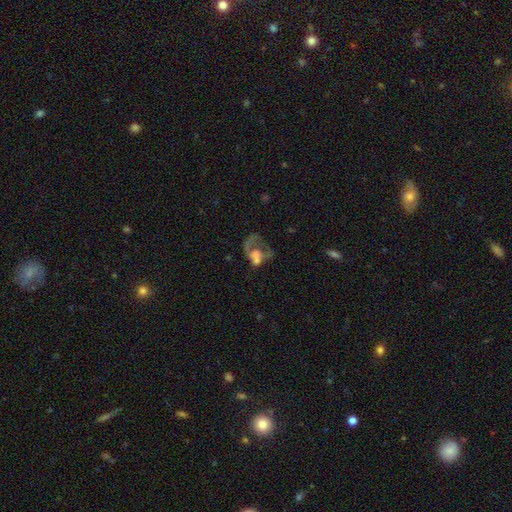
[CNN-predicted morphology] Smooth or featured? Predicted: featured or disk (p=0.55). Edge-on disk? Predicted: no (p=0.97). Bar? Predicted: no (p=0.81). Spiral arms? Predicted: no (p=0.59). Bulge size? Predicted: moderate (p=0.37). Merging? Predicted: merger (p=0.36, tied with major disturbance).